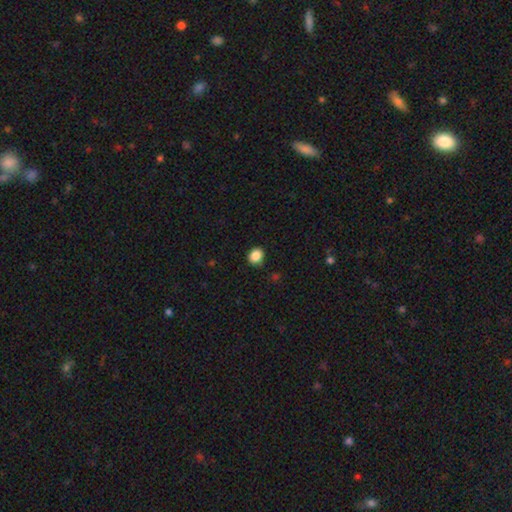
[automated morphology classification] smooth 87%, star or artifact 10%, featured or disk 3%. Down the decision tree: how rounded — round (72%); merging — none (86%).